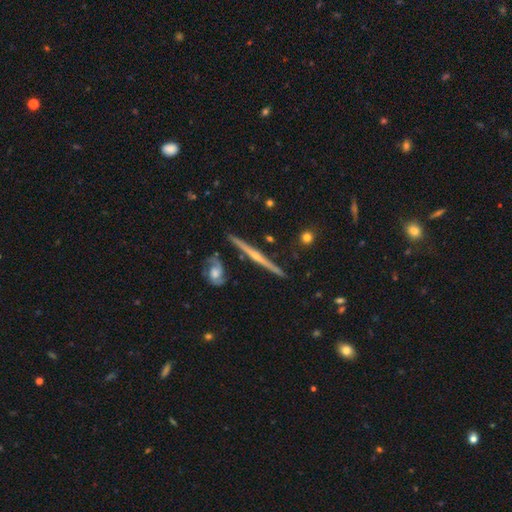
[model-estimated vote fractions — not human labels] smooth_or_featured: featured or disk (p=0.83) [alt: smooth p=0.12]
disk_edge_on: yes (p=0.98) [alt: no p=0.02]
edge_on_bulge: rounded (p=0.80) [alt: none p=0.17]
merging: none (p=0.88) [alt: minor disturbance p=0.08]